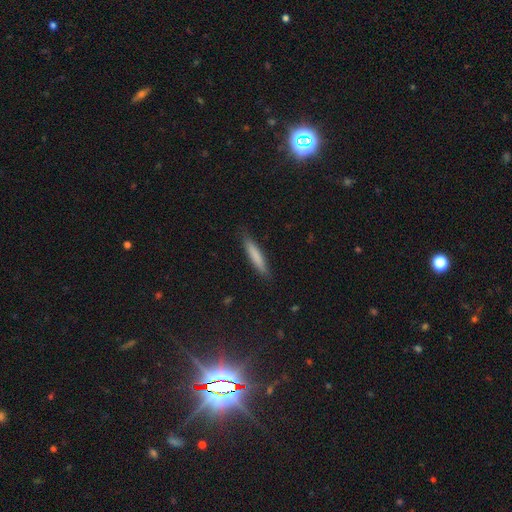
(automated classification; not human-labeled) A smooth galaxy with no disk features (78%) that is cigar-shaped (91%). Merging: none (86%).